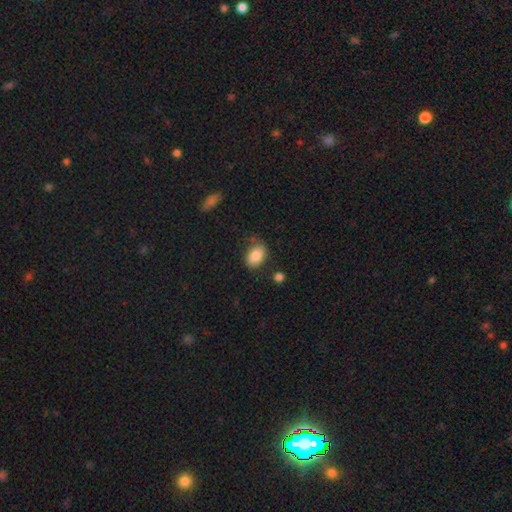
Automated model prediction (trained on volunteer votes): Smooth or featured: smooth — 82% (featured or disk — 10%)
How rounded: in between — 82% (round — 16%)
Merging: none — 76% (minor disturbance — 17%)